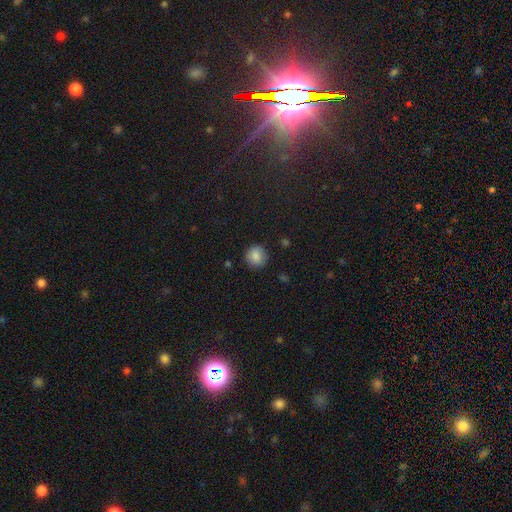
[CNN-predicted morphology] smooth-or-featured: smooth: 86% | star or artifact: 10% | featured or disk: 5%
  how-rounded: round: 90% | in between: 9% | cigar-shaped: 1%
  merging: none: 86% | minor disturbance: 10% | major disturbance: 3% | merger: 1%